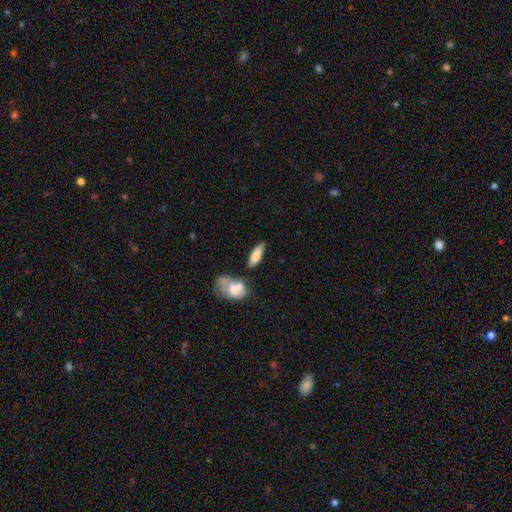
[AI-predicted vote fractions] Morphology: type=smooth (75%); roundness=in between (60%); merging=none (64%).